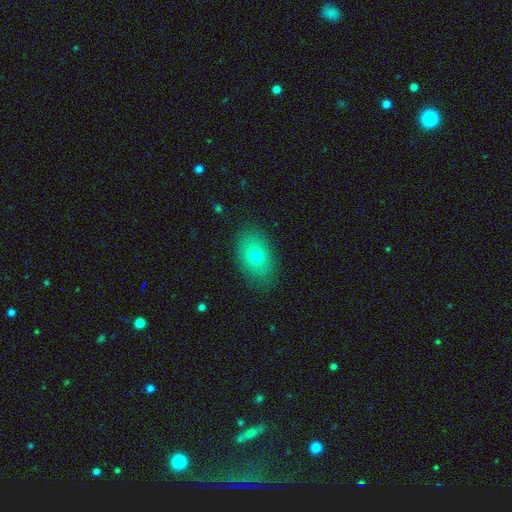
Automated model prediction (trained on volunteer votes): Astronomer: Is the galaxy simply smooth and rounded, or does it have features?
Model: smooth — 73%.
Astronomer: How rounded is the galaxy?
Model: in between — 83%.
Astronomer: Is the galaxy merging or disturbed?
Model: none — 84%.